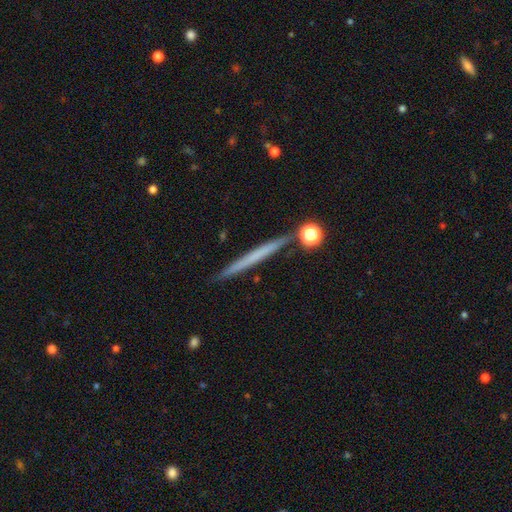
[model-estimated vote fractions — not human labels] Smooth or featured? smooth (47%)
Merging? none (88%)